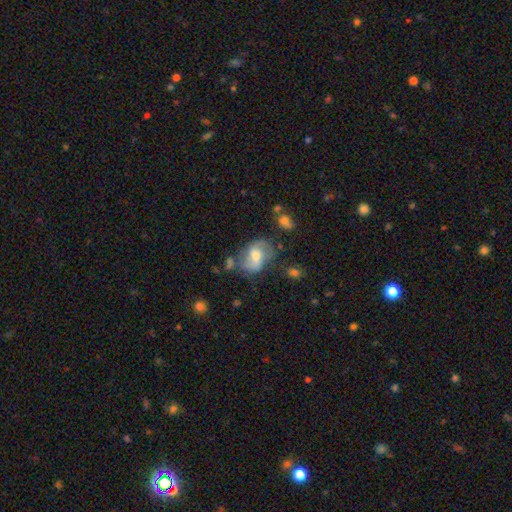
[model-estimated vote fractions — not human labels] Morphology: type=featured or disk (53%); edge-on=no (96%); bar=weak (44%); spiral arms=yes (74%); bulge=moderate (63%); merging=none (52%).